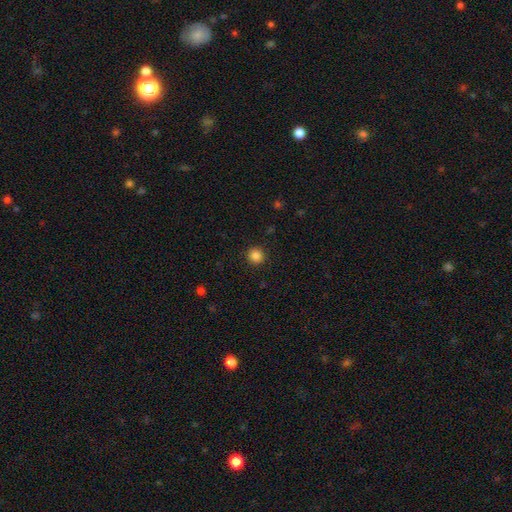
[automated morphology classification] Q: Smooth or featured?
A: smooth (85%); runner-up: star or artifact (11%)
Q: How rounded?
A: round (94%); runner-up: in between (5%)
Q: Merging?
A: none (92%); runner-up: minor disturbance (5%)